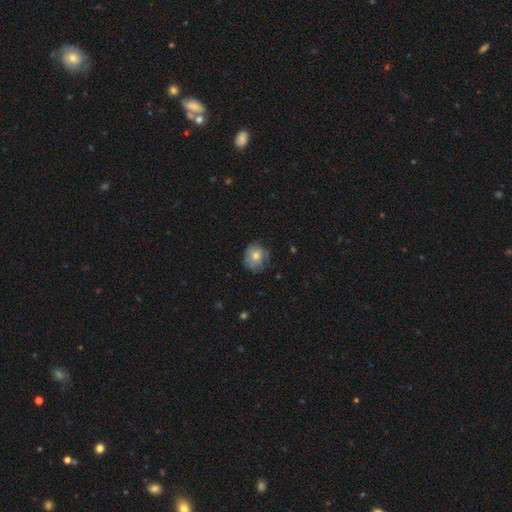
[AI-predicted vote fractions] Q: Smooth or featured?
A: smooth (72%); runner-up: featured or disk (19%)
Q: How rounded?
A: round (80%); runner-up: in between (19%)
Q: Merging?
A: none (68%); runner-up: minor disturbance (24%)